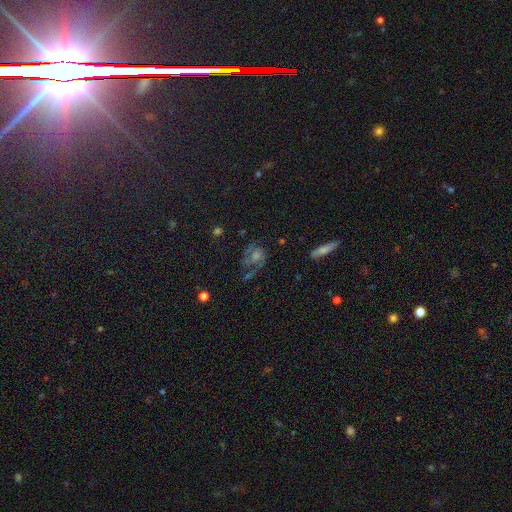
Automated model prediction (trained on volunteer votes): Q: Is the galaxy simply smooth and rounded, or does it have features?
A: featured or disk — 52%.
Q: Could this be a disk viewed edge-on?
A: no — 93%.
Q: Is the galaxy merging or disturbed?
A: none — 57%.